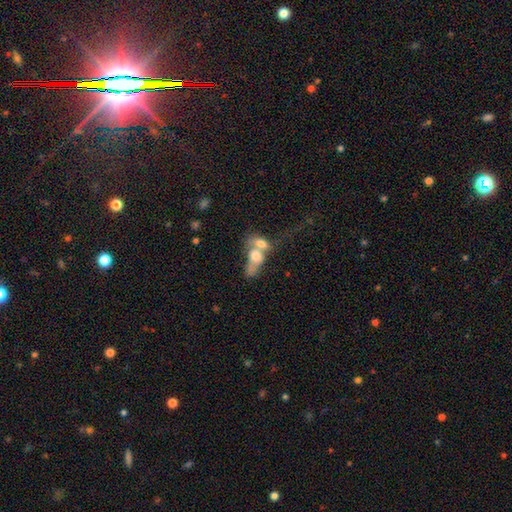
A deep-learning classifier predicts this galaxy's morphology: Smooth or featured: smooth — 63% (featured or disk — 28%)
How rounded: in between — 74% (round — 18%)
Merging: merger — 79% (none — 8%)